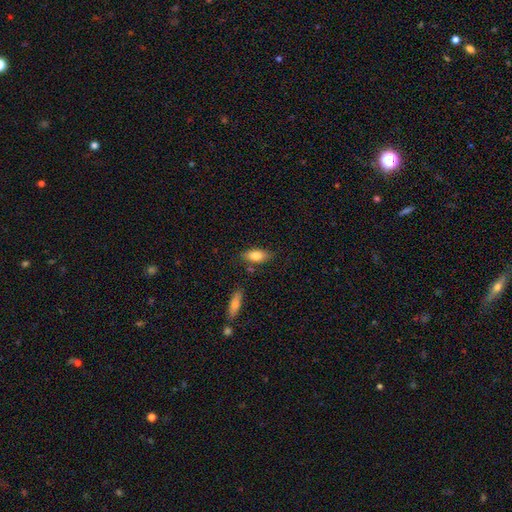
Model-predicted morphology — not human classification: type=smooth (81%); roundness=in between (84%); merging=none (75%).